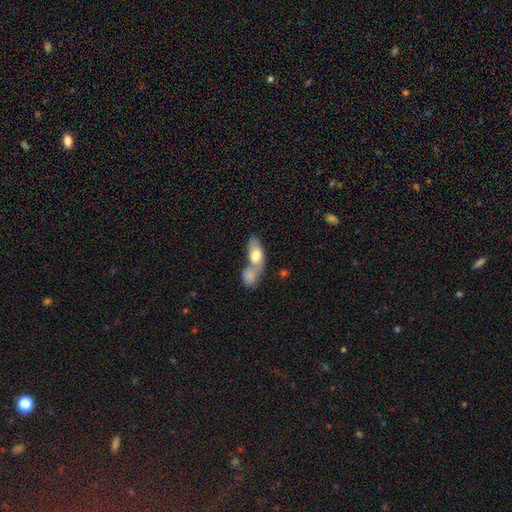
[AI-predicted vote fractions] Smooth or featured?
  - smooth: 72% *
  - featured or disk: 22%
  - star or artifact: 6%
How rounded?
  - in between: 84% *
  - cigar-shaped: 10%
  - round: 6%
Merging?
  - merger: 66% *
  - none: 20%
  - minor disturbance: 8%
  - major disturbance: 6%